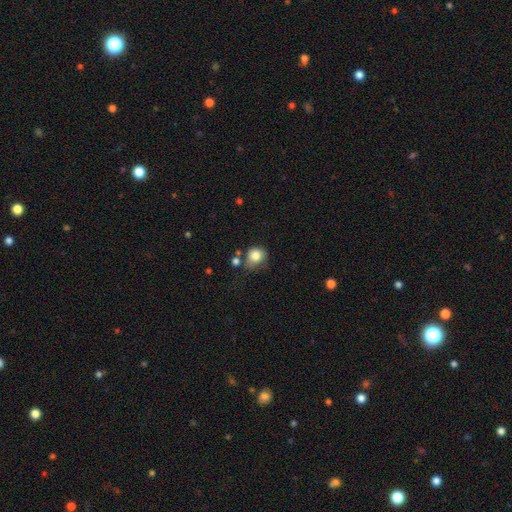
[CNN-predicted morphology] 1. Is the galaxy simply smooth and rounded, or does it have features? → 81% smooth, 10% star or artifact, 9% featured or disk.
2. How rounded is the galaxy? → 74% round, 25% in between, 1% cigar-shaped.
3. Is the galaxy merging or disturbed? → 48% none, 28% minor disturbance, 12% major disturbance, 12% merger.